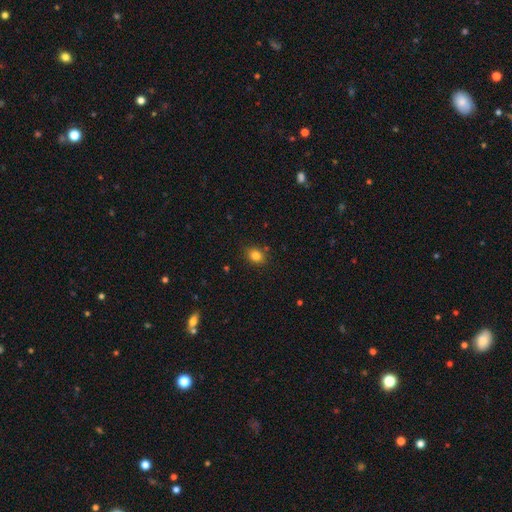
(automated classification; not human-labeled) Smooth or featured? Predicted: smooth (p=0.83). How rounded? Predicted: round (p=0.51). Merging? Predicted: none (p=0.83).